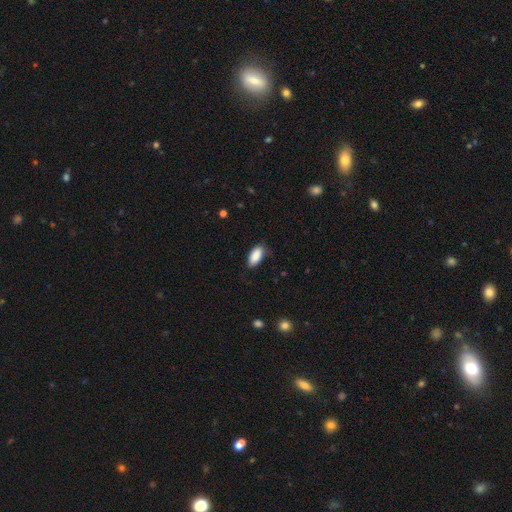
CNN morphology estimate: A smooth galaxy with no disk features (89%) that is in between round and cigar-shaped (90%). Merging: none (76%).